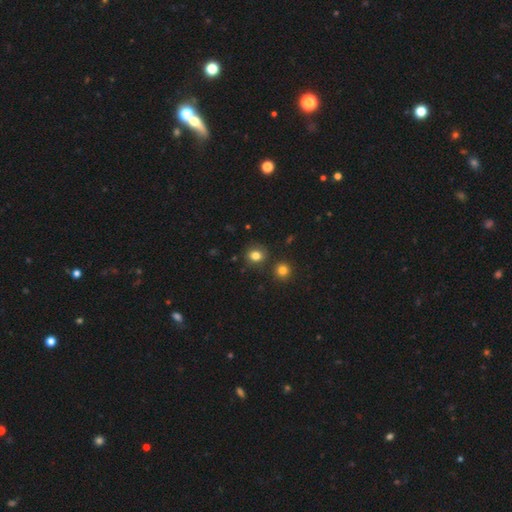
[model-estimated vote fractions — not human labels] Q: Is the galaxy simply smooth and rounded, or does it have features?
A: smooth — 81%.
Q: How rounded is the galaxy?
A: round — 71%.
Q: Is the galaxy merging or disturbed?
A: none — 81%.